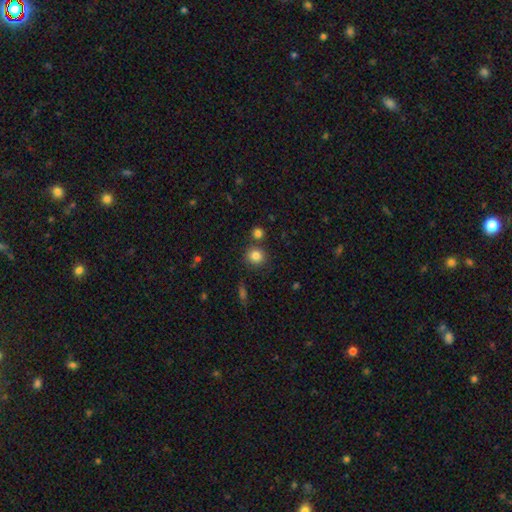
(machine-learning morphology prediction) smooth 83%, star or artifact 11%, featured or disk 6%. Down the decision tree: how rounded — round (89%); merging — none (77%).